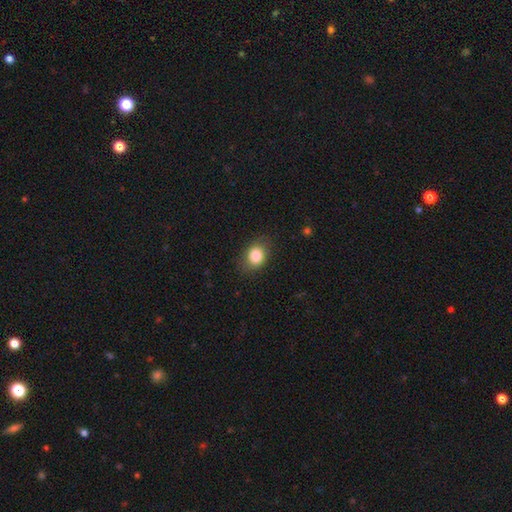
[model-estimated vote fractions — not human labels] The model was most divided on "how rounded": in between: 57%, round: 42%, cigar-shaped: 1%. More confident: smooth or featured — smooth (84%); merging — none (80%).